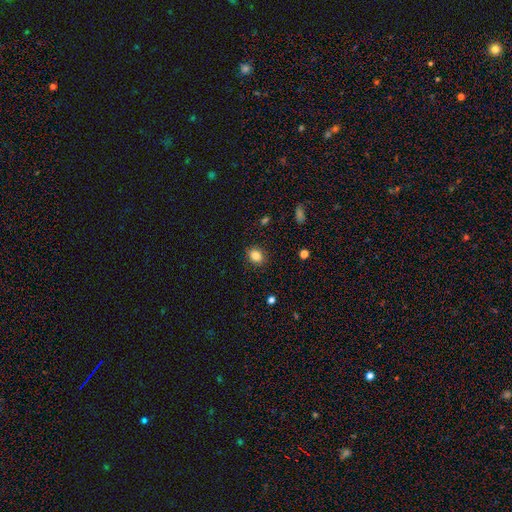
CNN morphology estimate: This appears to be a smooth galaxy with no disk features (84%) that is round (52%). Merging: none (88%).